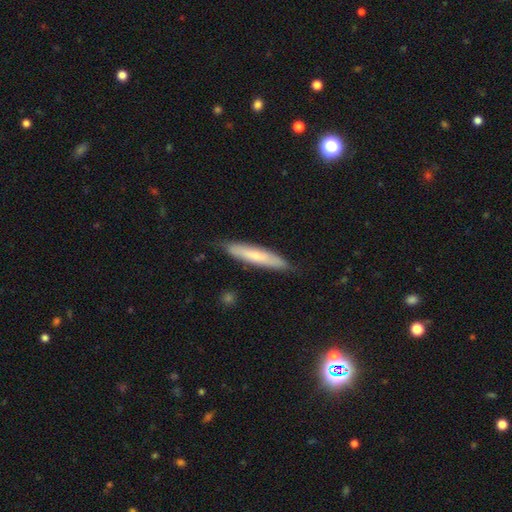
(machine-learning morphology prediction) A smooth galaxy with no disk features (66%) that is cigar-shaped (89%). Merging: none (83%).